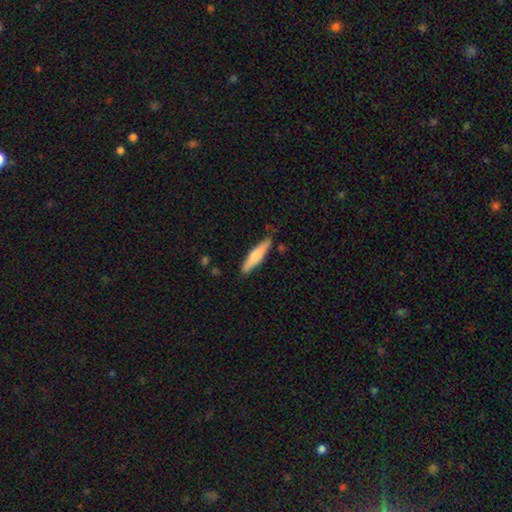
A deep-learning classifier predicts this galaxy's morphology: smooth 68%, featured or disk 27%, star or artifact 5%. Down the decision tree: how rounded — cigar-shaped (82%); merging — none (82%).